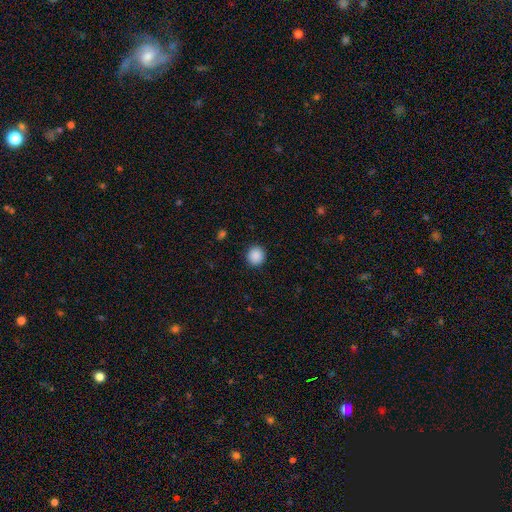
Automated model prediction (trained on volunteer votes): The model was most divided on "smooth or featured": smooth: 89%, star or artifact: 9%, featured or disk: 2%. More confident: how rounded — round (93%); merging — none (92%).